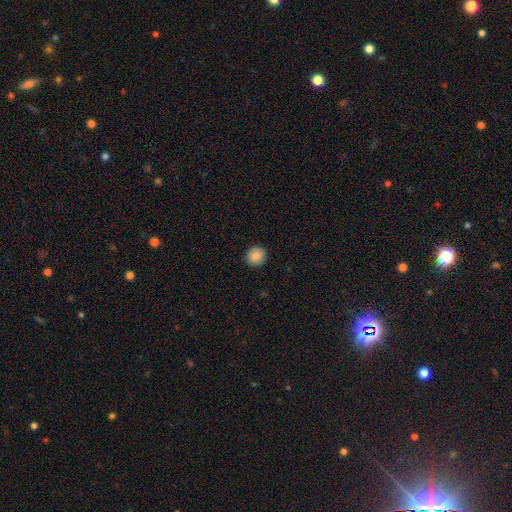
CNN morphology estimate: Overall: smooth (87%). How rounded: round (91%). Merging: none (93%).